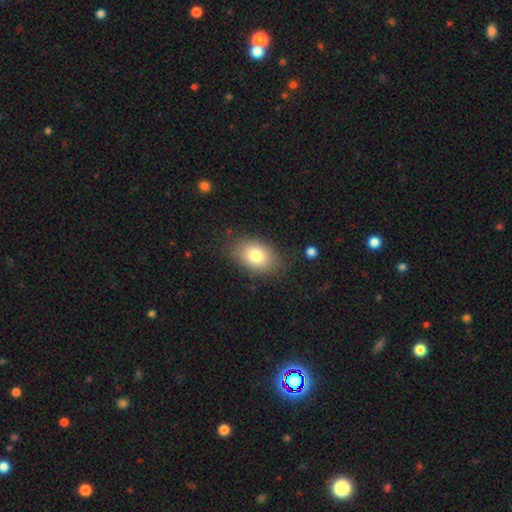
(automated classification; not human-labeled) A smooth galaxy with no disk features (79%) that is in between round and cigar-shaped (80%).

Vote fractions:
- Smooth or featured? smooth: 79% / featured or disk: 12% / star or artifact: 9%
- How rounded? in between: 80% / round: 18% / cigar-shaped: 1%
- Merging? none: 81% / minor disturbance: 13% / major disturbance: 4% / merger: 2%